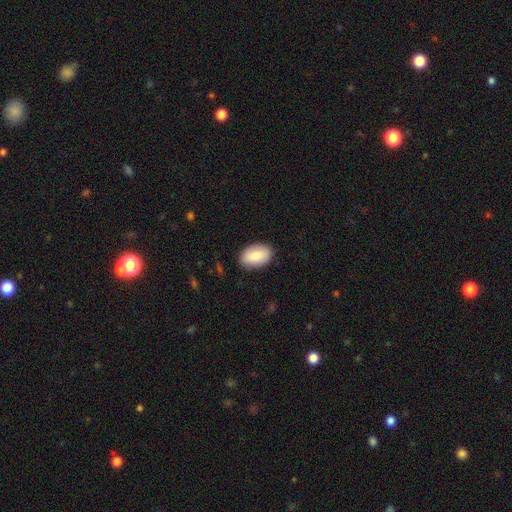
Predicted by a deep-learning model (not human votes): Smooth or featured: smooth — 84% (featured or disk — 10%)
How rounded: in between — 92% (round — 7%)
Merging: none — 86% (minor disturbance — 10%)